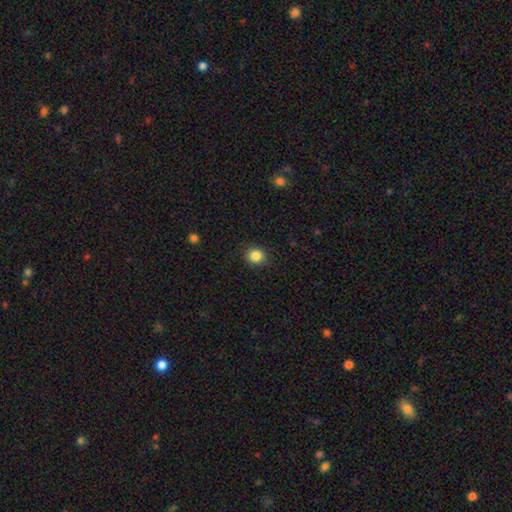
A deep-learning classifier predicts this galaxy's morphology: A smooth galaxy with no disk features (86%) that is round (86%).

Vote fractions:
- Smooth or featured? smooth: 86% / star or artifact: 10% / featured or disk: 4%
- How rounded? round: 86% / in between: 13% / cigar-shaped: 1%
- Merging? none: 90% / minor disturbance: 7% / major disturbance: 2% / merger: 1%